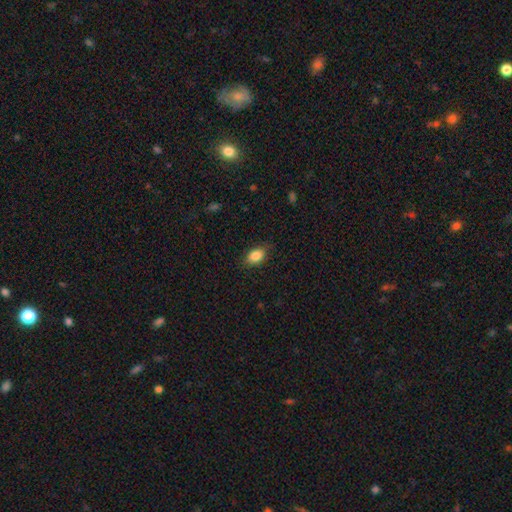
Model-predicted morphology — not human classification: Smooth or featured: smooth — 87% (star or artifact — 8%)
How rounded: in between — 84% (round — 14%)
Merging: none — 83% (minor disturbance — 13%)